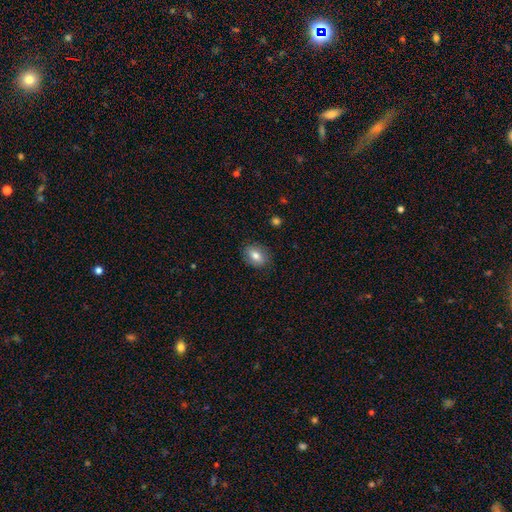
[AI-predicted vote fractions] Smooth or featured? Predicted: smooth (p=0.76). How rounded? Predicted: in between (p=0.73). Merging? Predicted: none (p=0.85).